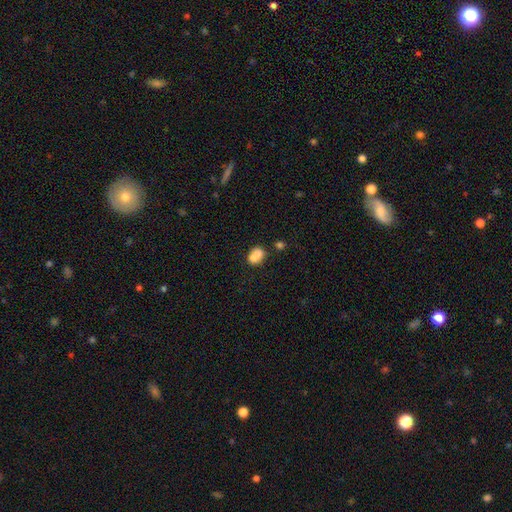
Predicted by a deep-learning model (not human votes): A smooth galaxy with no disk features (82%) that is in between round and cigar-shaped (75%). Merging: none (53%).